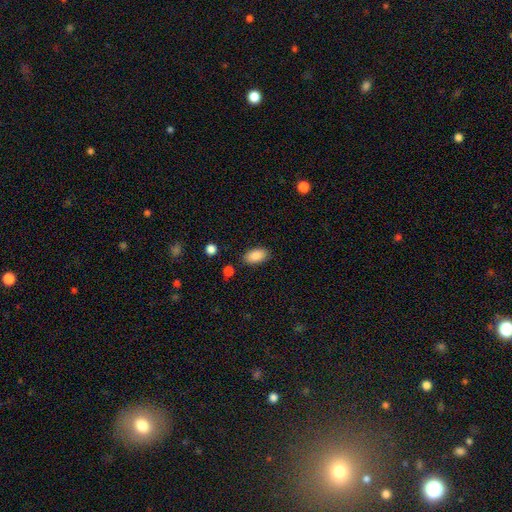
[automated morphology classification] Smooth or featured: smooth — 88% (star or artifact — 7%)
How rounded: in between — 93% (round — 4%)
Merging: none — 86% (minor disturbance — 10%)